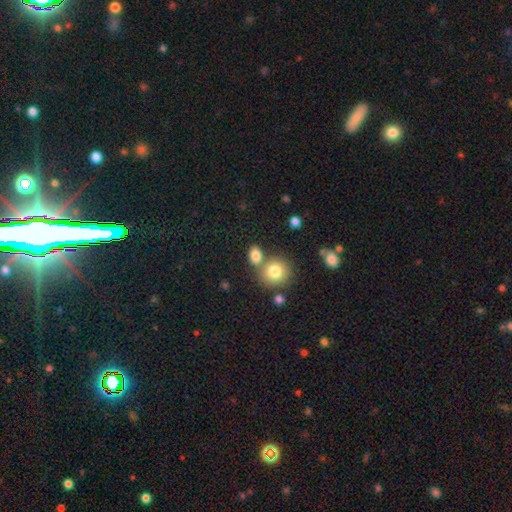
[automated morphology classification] Overall: smooth (82%). How rounded: in between (61%; round 37%). Merging: none (55%; merger 31%).